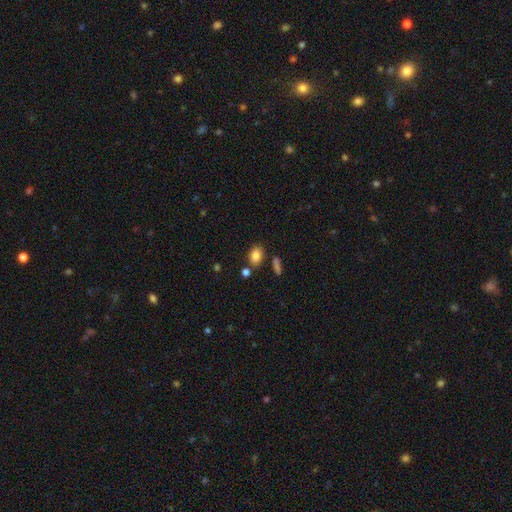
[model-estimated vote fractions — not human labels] A smooth galaxy with no disk features (83%) that is in between round and cigar-shaped (74%). Merging: none (74%).